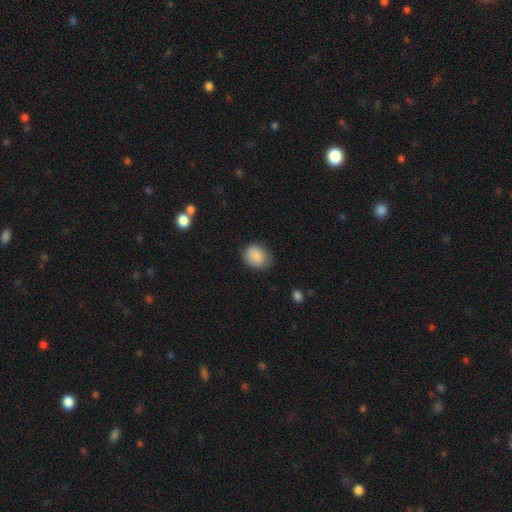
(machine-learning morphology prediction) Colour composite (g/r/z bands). It shows a smooth galaxy with no disk features (88%) that is round (54%). Merging: none (73%).